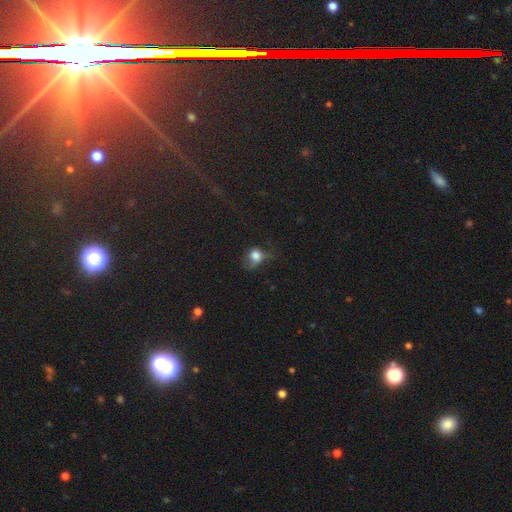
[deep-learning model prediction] Smooth or featured? Predicted: smooth (p=0.72). How rounded? Predicted: round (p=0.59). Merging? Predicted: major disturbance (p=0.37).